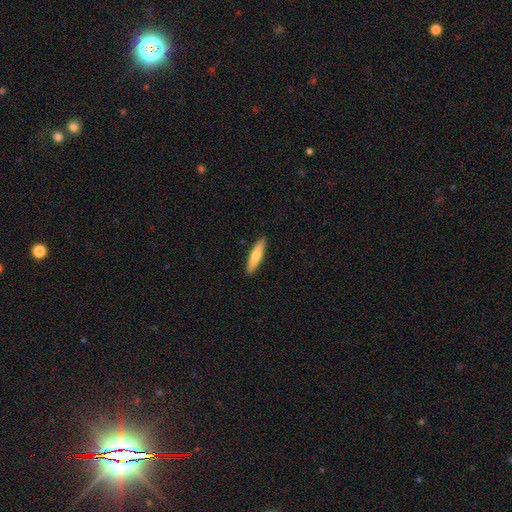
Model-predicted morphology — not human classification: smooth-or-featured: smooth: 68% | featured or disk: 27% | star or artifact: 5%
  how-rounded: cigar-shaped: 80% | in between: 18% | round: 2%
  merging: none: 91% | minor disturbance: 7% | major disturbance: 1% | merger: 1%